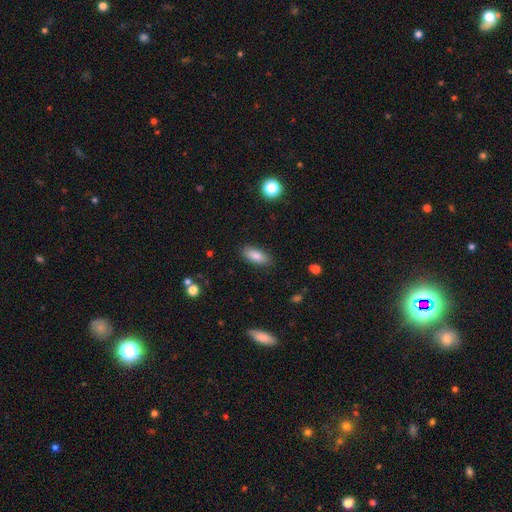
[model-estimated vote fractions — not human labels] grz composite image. It shows a smooth galaxy with no disk features (86%) that is in between round and cigar-shaped (82%). Merging: none (87%).